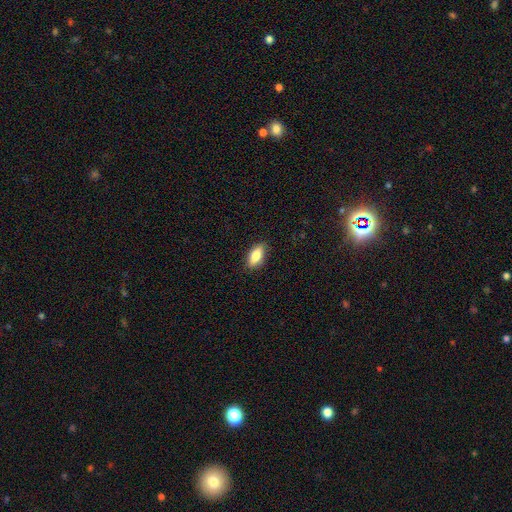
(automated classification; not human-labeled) This is clearly a smooth galaxy (80%). How rounded: clearly in between (84%). Merging: clearly none (86%).